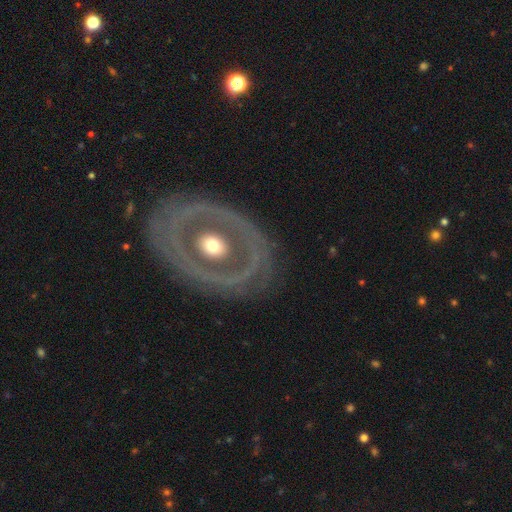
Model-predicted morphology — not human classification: Smooth or featured: featured or disk — 76% (smooth — 19%)
Edge-on disk: no — 93% (yes — 7%)
Bar: no — 82% (weak — 11%)
Spiral arms: no — 73% (yes — 27%)
Bulge size: moderate — 72% (small — 14%)
Merging: none — 80% (minor disturbance — 12%)